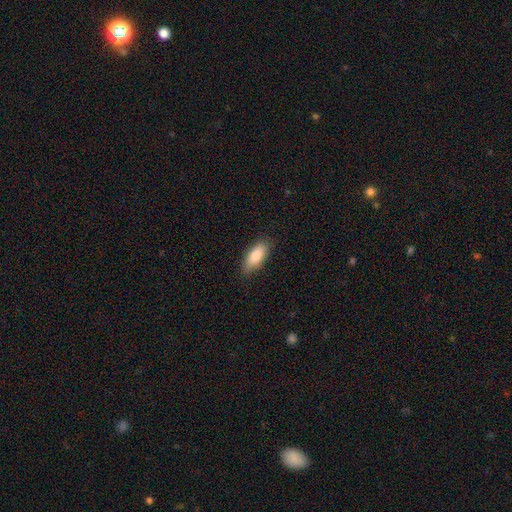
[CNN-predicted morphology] Smooth or featured?
  - smooth: 83% *
  - featured or disk: 10%
  - star or artifact: 6%
How rounded?
  - in between: 78% *
  - cigar-shaped: 20%
  - round: 2%
Merging?
  - none: 84% *
  - minor disturbance: 13%
  - major disturbance: 2%
  - merger: 1%